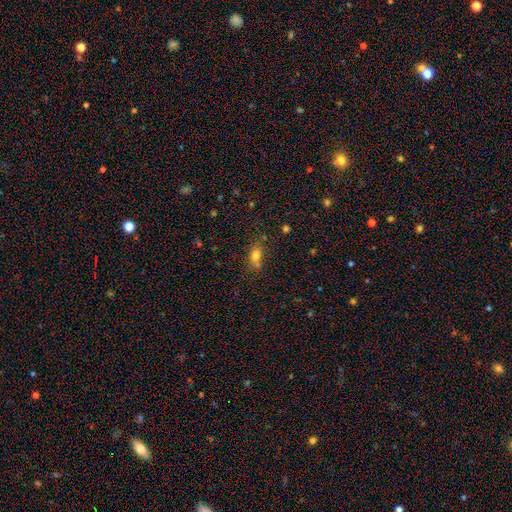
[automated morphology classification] This appears to be a smooth galaxy with no disk features (74%) that is in between round and cigar-shaped (70%). Merging: none (62%).